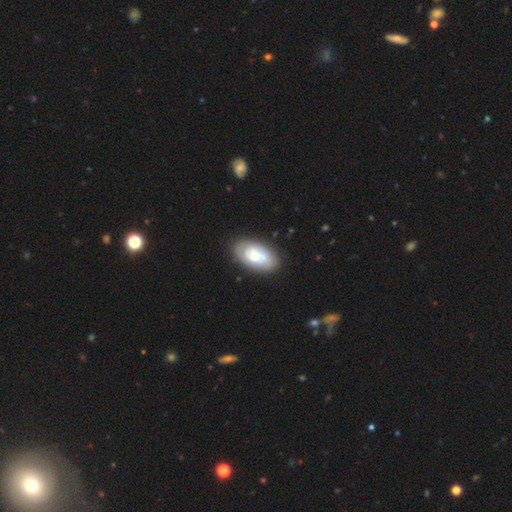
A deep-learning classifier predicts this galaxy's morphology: Smooth or featured? featured or disk (52%)
Edge-on disk? no (95%)
Merging? none (77%)